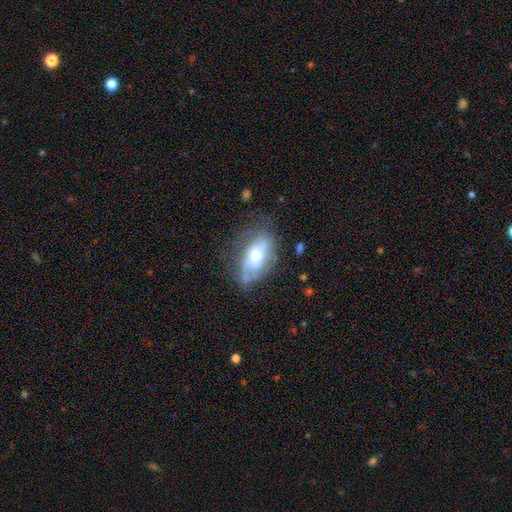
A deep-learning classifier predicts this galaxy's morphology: Smooth or featured: featured or disk — 46% (tied with smooth — 46%)
Merging: none — 53% (minor disturbance — 29%)